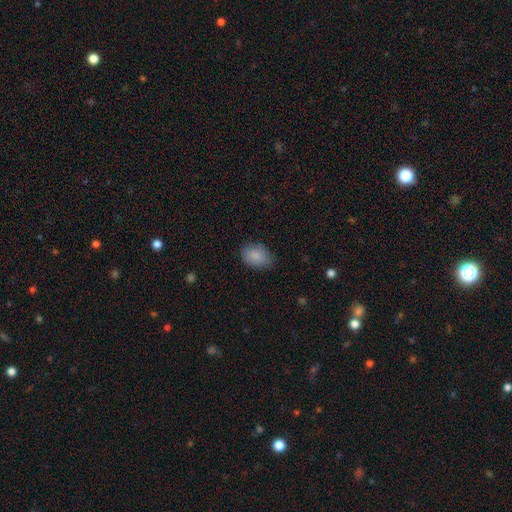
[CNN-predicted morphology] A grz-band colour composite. It shows a smooth galaxy with no disk features (87%) that is in between round and cigar-shaped (76%). Merging: none (77%).